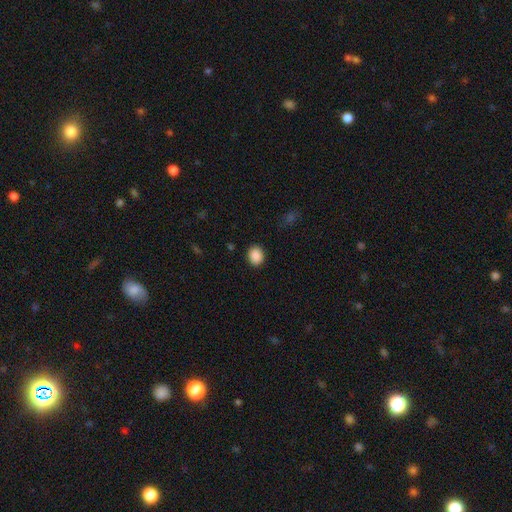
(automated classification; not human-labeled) Morphology: type=smooth (89%); roundness=round (60%); merging=none (90%).